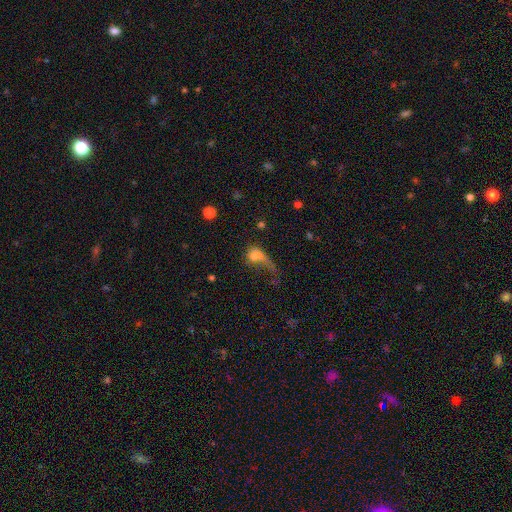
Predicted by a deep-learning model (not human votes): Smooth or featured: smooth — 58% (featured or disk — 30%)
How rounded: in between — 53% (round — 40%)
Merging: major disturbance — 57% (none — 18%)